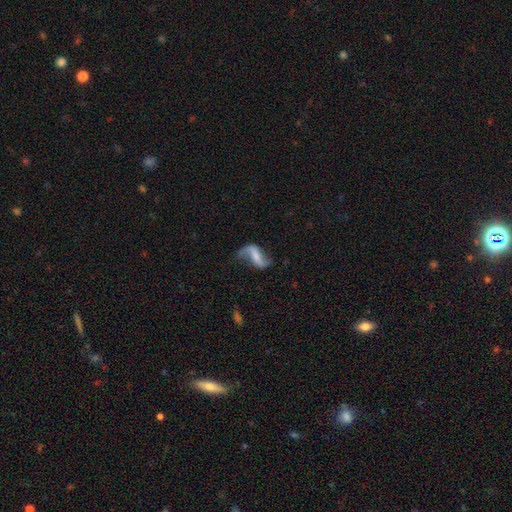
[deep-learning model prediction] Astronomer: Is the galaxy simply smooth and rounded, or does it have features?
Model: featured or disk — 82%.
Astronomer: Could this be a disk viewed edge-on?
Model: no — 96%.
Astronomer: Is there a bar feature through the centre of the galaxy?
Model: weak — 38% (runner-up: strong, 35%).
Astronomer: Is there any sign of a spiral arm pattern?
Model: yes — 94%.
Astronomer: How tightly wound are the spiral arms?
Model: loose — 86%.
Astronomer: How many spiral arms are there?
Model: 2 — 89%.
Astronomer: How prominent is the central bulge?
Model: none — 36% (runner-up: small, 34%).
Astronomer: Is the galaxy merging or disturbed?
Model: none — 65%.